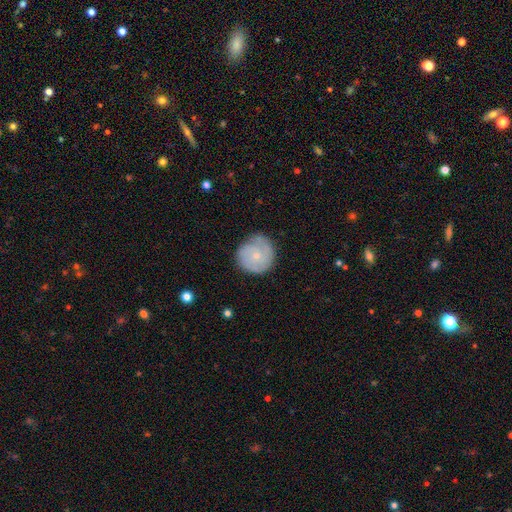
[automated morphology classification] featured or disk 55%, smooth 39%, star or artifact 7%. Down the decision tree: edge-on disk — no (98%); bar — no (83%); spiral arms — yes (79%); bulge size — small (75%); merging — none (72%).